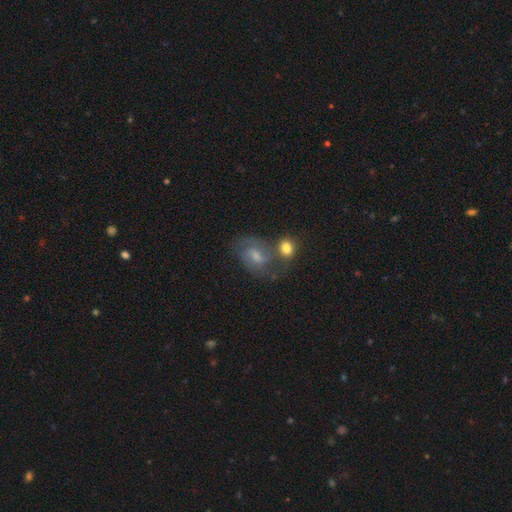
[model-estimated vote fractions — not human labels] smooth-or-featured: featured or disk: 57% | smooth: 34% | star or artifact: 9%
  disk-edge-on: no: 97% | yes: 3%
    bar: weak: 55% | no: 30% | strong: 15%
    has-spiral-arms: yes: 86% | no: 14%
    bulge-size: small: 47% | moderate: 37% | none: 10% | large: 4% | dominant: 1%
  merging: none: 44% | merger: 27% | minor disturbance: 18% | major disturbance: 11%